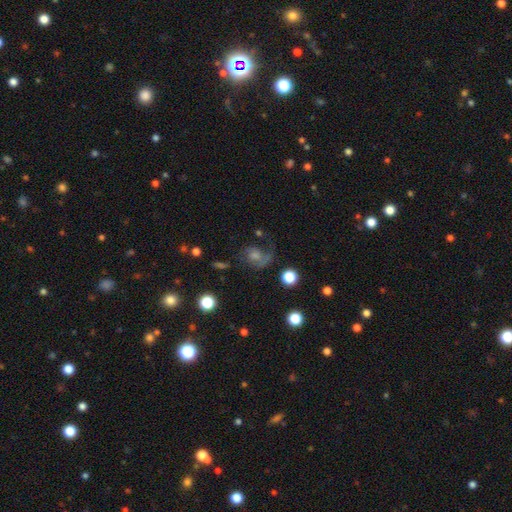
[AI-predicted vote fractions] Smooth or featured? Predicted: featured or disk (p=0.47). Merging? Predicted: none (p=0.46).